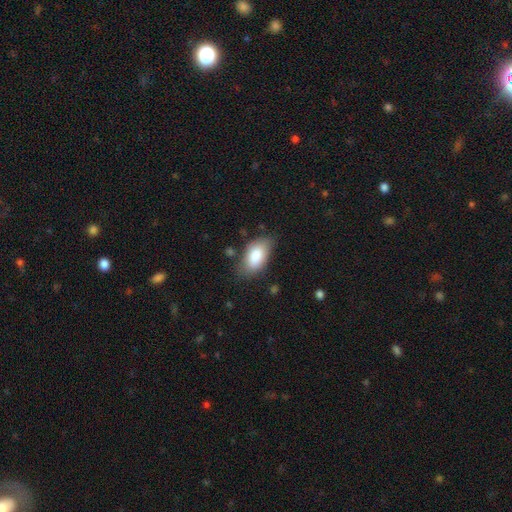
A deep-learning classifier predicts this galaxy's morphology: Overall: smooth (83%). How rounded: in between (93%). Merging: none (71%).